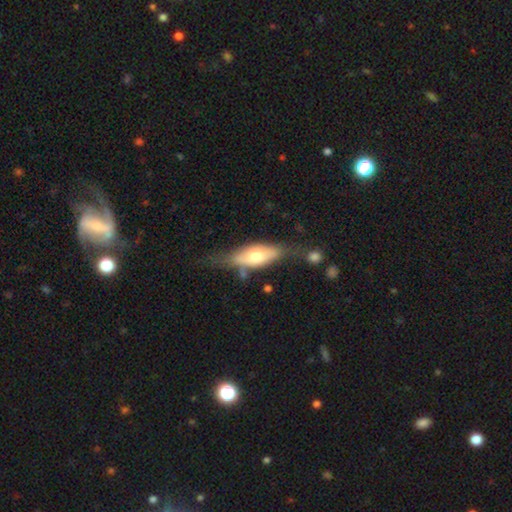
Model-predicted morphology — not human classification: The model was most divided on "smooth or featured": smooth: 50%, featured or disk: 44%, star or artifact: 6%. More confident: how rounded — in between (66%); merging — none (55%).